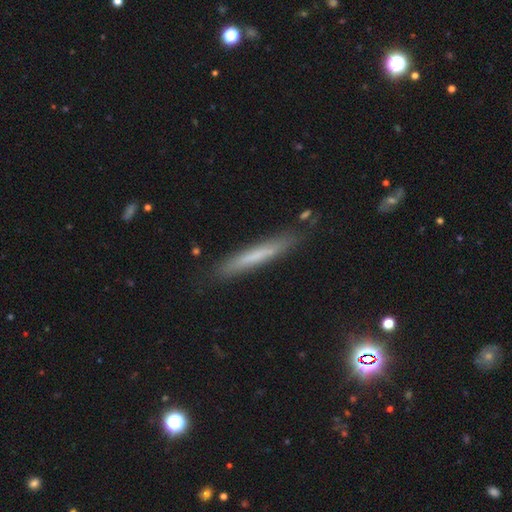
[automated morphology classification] Smooth or featured? smooth (60%)
How rounded? cigar-shaped (95%)
Merging? none (84%)